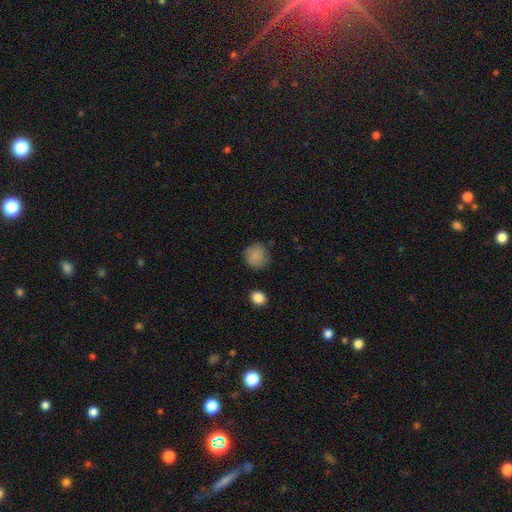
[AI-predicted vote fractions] The model was most divided on "merging": none: 79%, minor disturbance: 15%, major disturbance: 4%, merger: 2%. More confident: how rounded — round (88%); smooth or featured — smooth (86%).